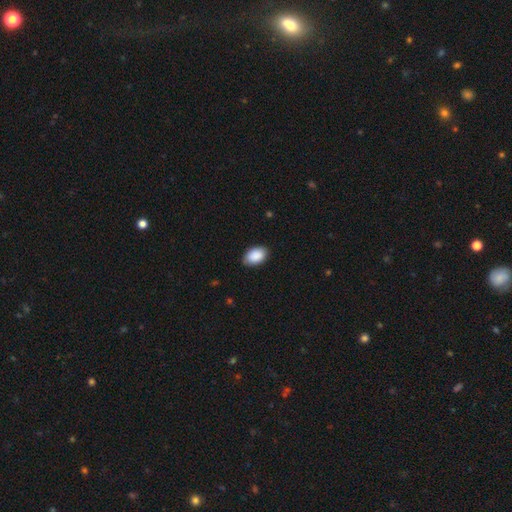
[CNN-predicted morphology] A smooth galaxy with no disk features (90%) that is in between round and cigar-shaped (92%).

Vote fractions:
- Smooth or featured? smooth: 90% / star or artifact: 6% / featured or disk: 4%
- How rounded? in between: 92% / round: 7% / cigar-shaped: 1%
- Merging? none: 84% / minor disturbance: 13% / major disturbance: 2% / merger: 1%